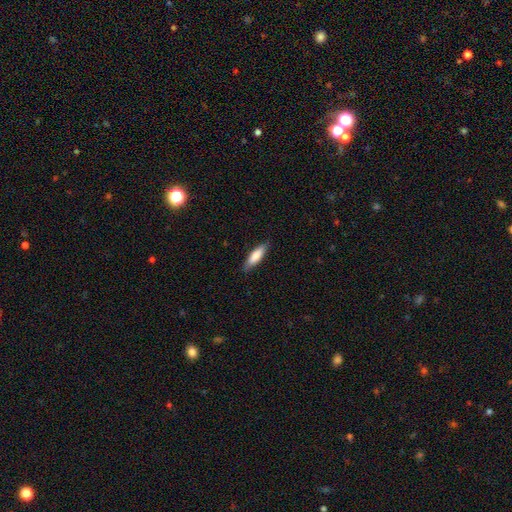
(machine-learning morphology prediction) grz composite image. It shows a smooth galaxy with no disk features (78%) that is cigar-shaped (61%). Merging: none (86%).